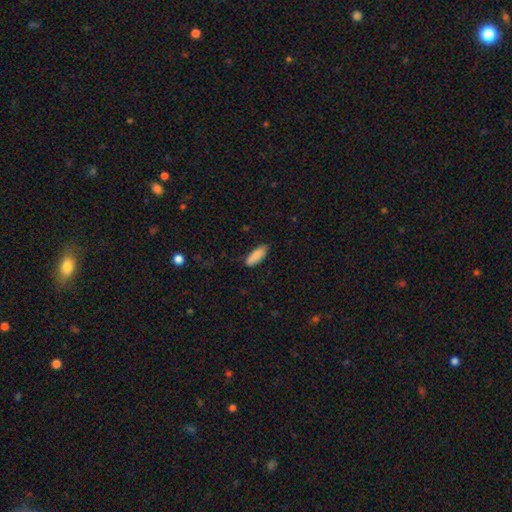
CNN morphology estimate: smooth 88%, star or artifact 6%, featured or disk 6%. Down the decision tree: how rounded — in between (65%); merging — none (77%).